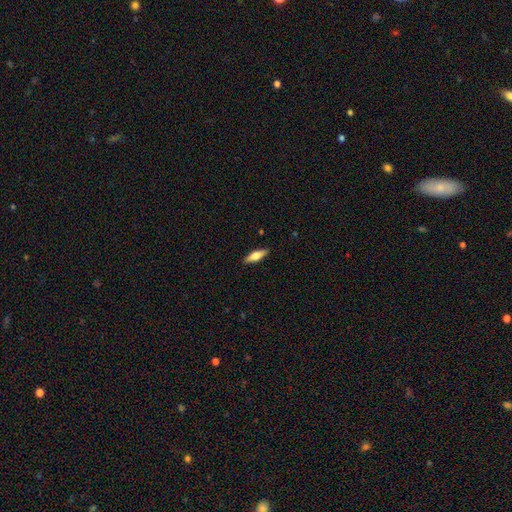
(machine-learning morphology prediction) smooth-or-featured: smooth: 59% | featured or disk: 35% | star or artifact: 6%
  how-rounded: cigar-shaped: 51% | in between: 47% | round: 2%
  merging: none: 89% | minor disturbance: 8% | major disturbance: 2% | merger: 1%